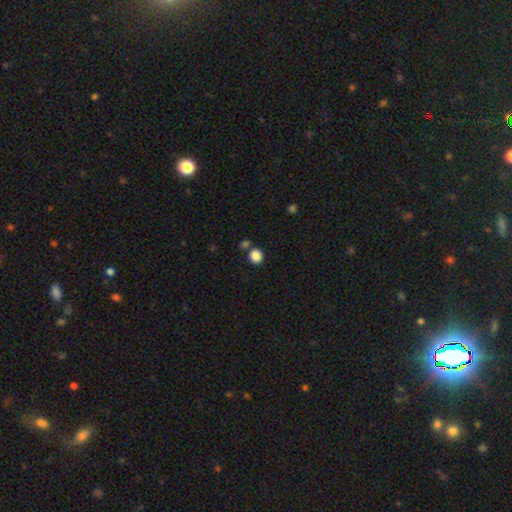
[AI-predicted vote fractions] The model was most divided on "merging": none: 73%, merger: 14%, minor disturbance: 9%, major disturbance: 3%. More confident: smooth or featured — smooth (86%); how rounded — round (84%).